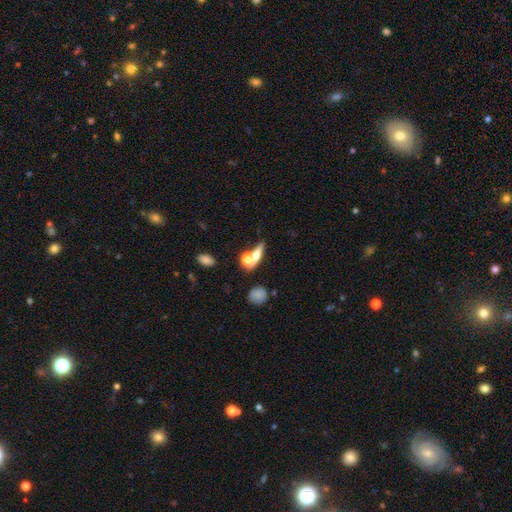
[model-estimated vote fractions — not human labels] Smooth or featured? Predicted: smooth (p=0.61). How rounded? Predicted: in between (p=0.39). Merging? Predicted: none (p=0.47).